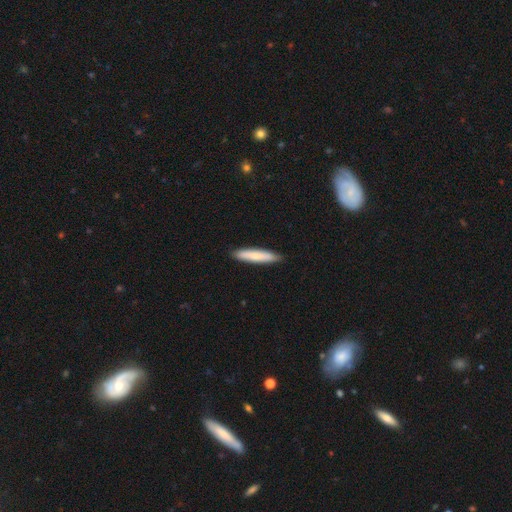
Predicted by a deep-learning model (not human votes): Q: Smooth or featured?
A: smooth (76%); runner-up: featured or disk (19%)
Q: How rounded?
A: cigar-shaped (88%); runner-up: in between (11%)
Q: Merging?
A: none (89%); runner-up: minor disturbance (8%)